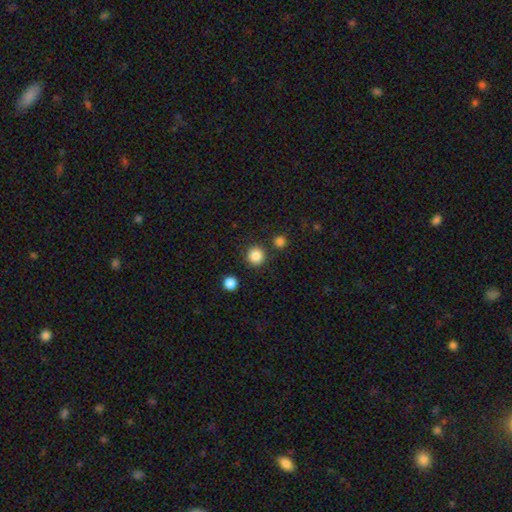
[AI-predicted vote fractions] smooth_or_featured: smooth (p=0.86) [alt: star or artifact p=0.11]
how_rounded: round (p=0.95) [alt: in between p=0.04]
merging: none (p=0.88) [alt: minor disturbance p=0.06]